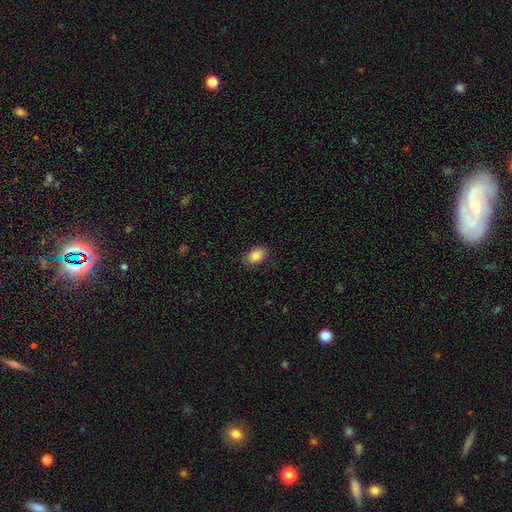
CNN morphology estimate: This appears to be a smooth galaxy with no disk features (87%) that is in between round and cigar-shaped (85%). Merging: none (86%).